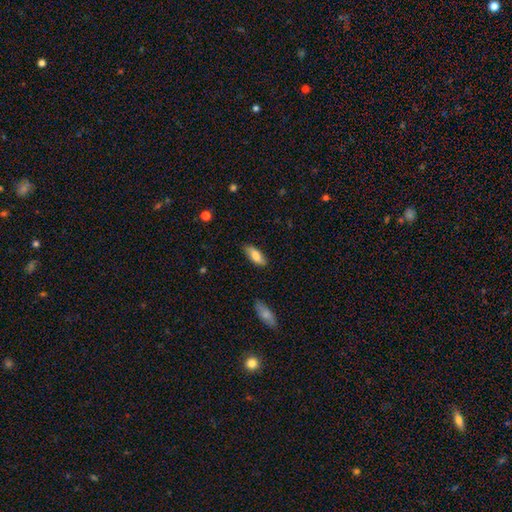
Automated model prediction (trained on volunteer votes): This is likely a smooth galaxy (76%). How rounded: clearly in between (81%). Merging: clearly none (82%).